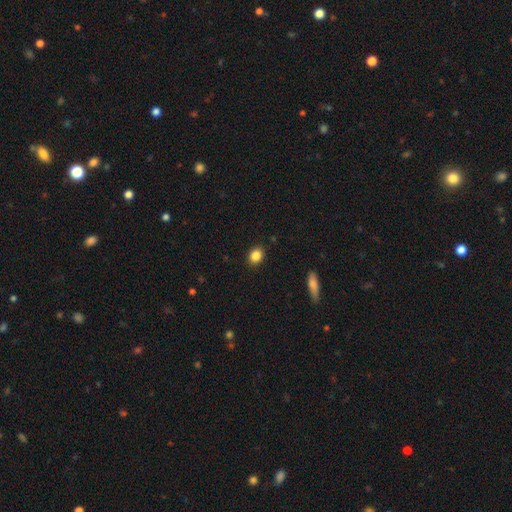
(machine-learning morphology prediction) smooth-or-featured: smooth: 86% | star or artifact: 9% | featured or disk: 4%
  how-rounded: round: 55% | in between: 44% | cigar-shaped: 1%
  merging: none: 90% | minor disturbance: 7% | major disturbance: 2% | merger: 1%